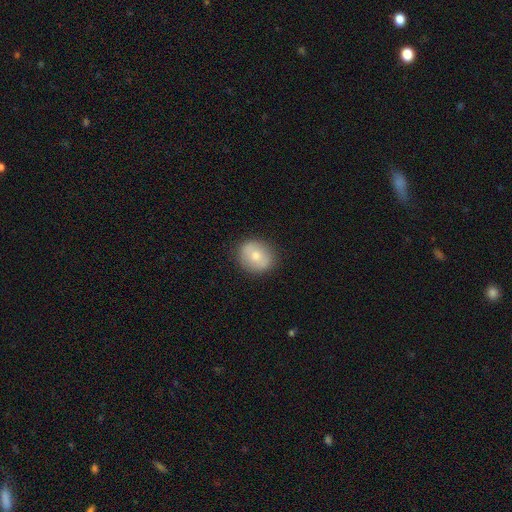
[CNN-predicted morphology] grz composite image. It shows a smooth galaxy with no disk features (67%) that is round (76%). Merging: none (86%).